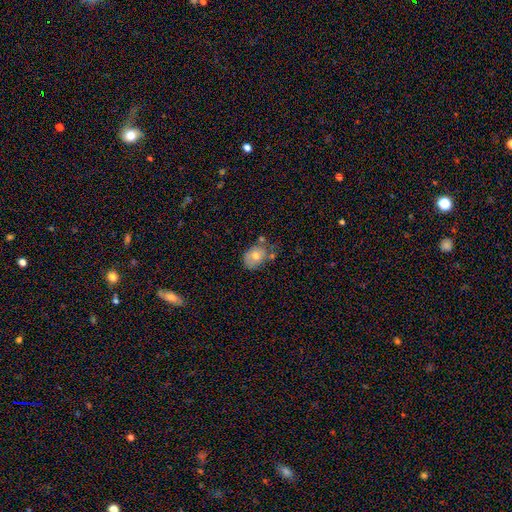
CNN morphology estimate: type=smooth (66%); roundness=in between (67%); merging=none (48%).